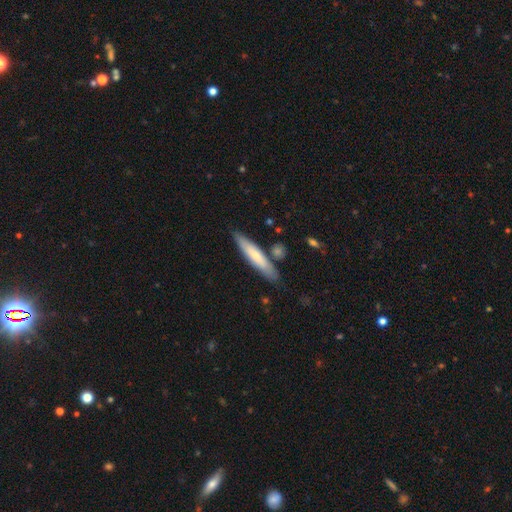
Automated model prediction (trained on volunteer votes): Overall: smooth (65%; featured or disk 29%). How rounded: cigar-shaped (87%). Merging: none (82%).